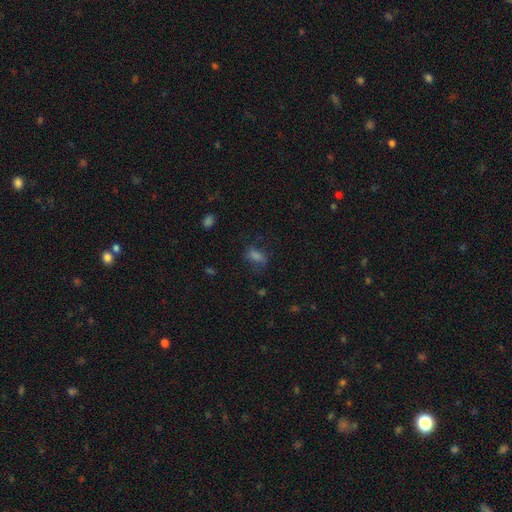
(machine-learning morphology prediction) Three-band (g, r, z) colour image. It shows a smooth galaxy with no disk features (67%) that is in between round and cigar-shaped (79%). Merging: none (64%).